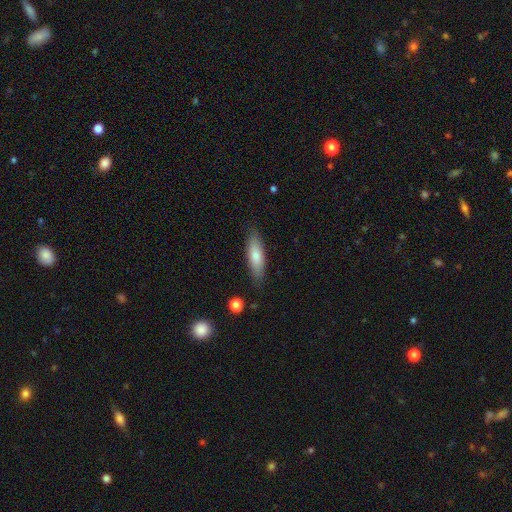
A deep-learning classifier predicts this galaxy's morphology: Smooth or featured? Predicted: smooth (p=0.74). How rounded? Predicted: cigar-shaped (p=0.51). Merging? Predicted: none (p=0.83).